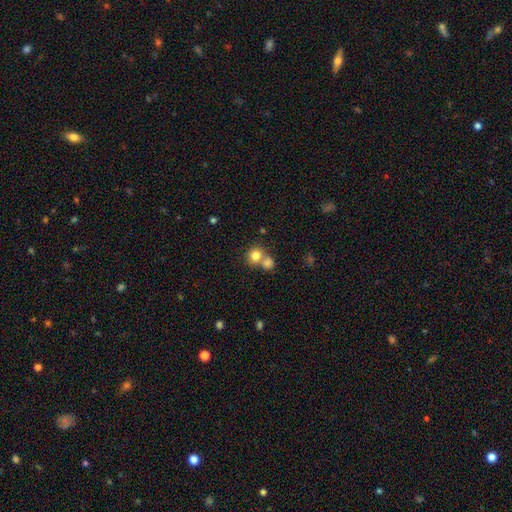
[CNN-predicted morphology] Overall: smooth (80%). How rounded: round (82%). Merging: none (47%; merger 43%).